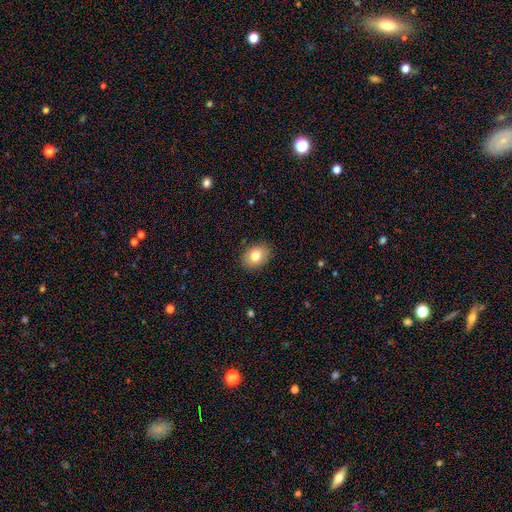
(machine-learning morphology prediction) This is clearly a smooth galaxy (81%). How rounded: likely in between (70%). Merging: clearly none (89%).